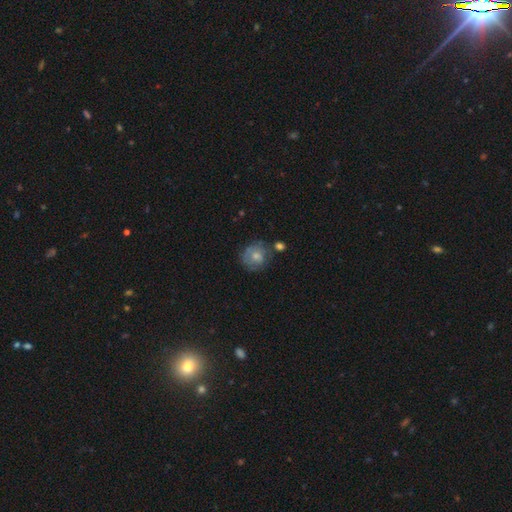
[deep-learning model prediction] A smooth galaxy with no disk features (62%) that is round (84%). Merging: none (61%).